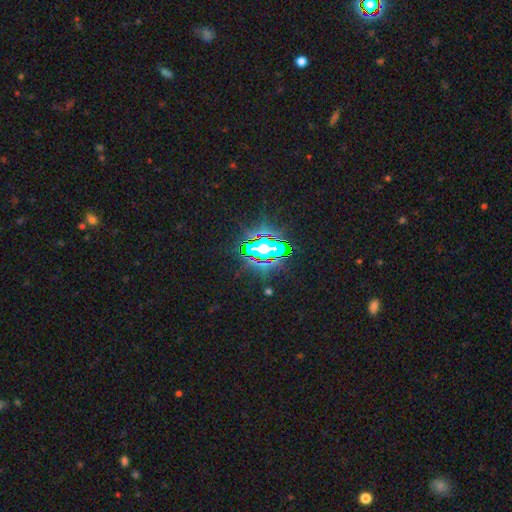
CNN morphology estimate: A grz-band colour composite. It shows a star or artifact, not a galaxy (72%).